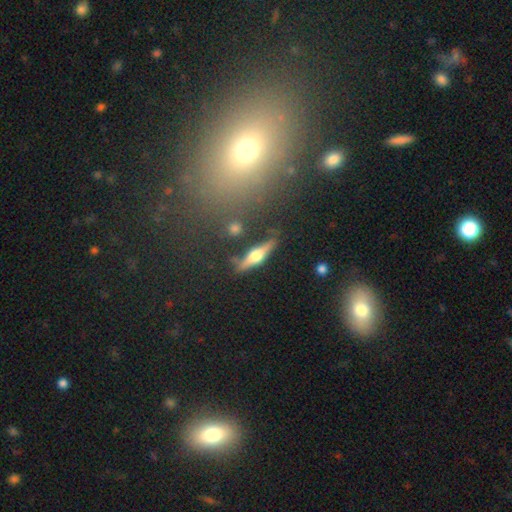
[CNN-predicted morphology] A featured or disk galaxy (65%) viewed edge-on (94%) with a rounded central bulge (92%).

Vote fractions:
- Smooth or featured? featured or disk: 65% / smooth: 29% / star or artifact: 7%
- Edge-on disk? yes: 94% / no: 6%
- Edge-on bulge? rounded: 92% / boxy: 5% / none: 3%
- Merging? none: 78% / minor disturbance: 13% / merger: 5% / major disturbance: 4%